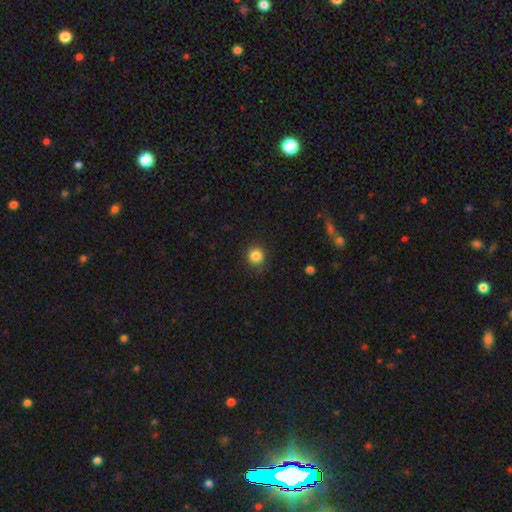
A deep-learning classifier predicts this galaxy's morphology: smooth-or-featured: smooth: 85% | star or artifact: 11% | featured or disk: 4%
  how-rounded: round: 90% | in between: 9% | cigar-shaped: 1%
  merging: none: 85% | minor disturbance: 11% | major disturbance: 3% | merger: 1%